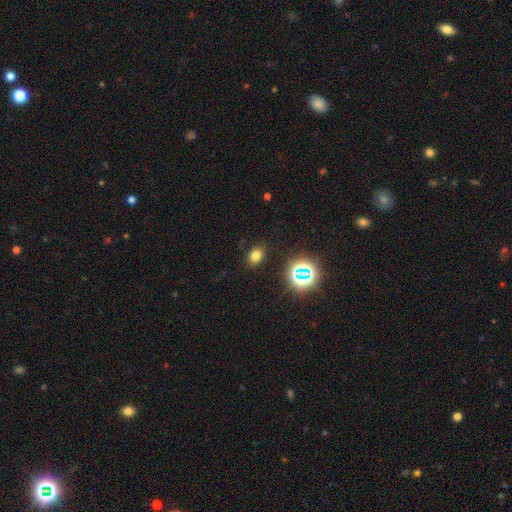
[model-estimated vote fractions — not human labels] smooth-or-featured: smooth: 73% | star or artifact: 21% | featured or disk: 7%
  how-rounded: in between: 64% | round: 35% | cigar-shaped: 1%
  merging: none: 87% | minor disturbance: 9% | major disturbance: 3% | merger: 1%